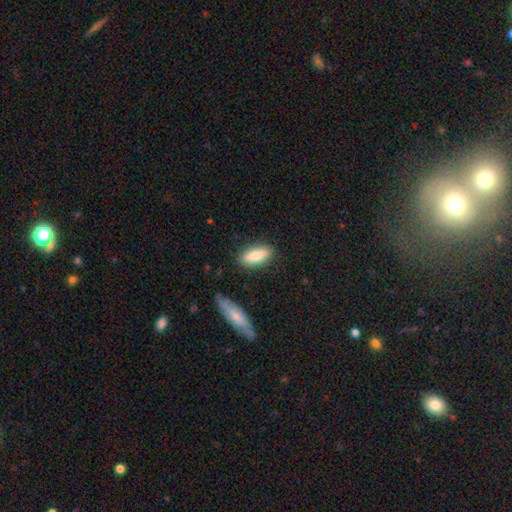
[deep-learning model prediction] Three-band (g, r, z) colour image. It shows a smooth galaxy with no disk features (82%) that is in between round and cigar-shaped (72%). Merging: none (83%).